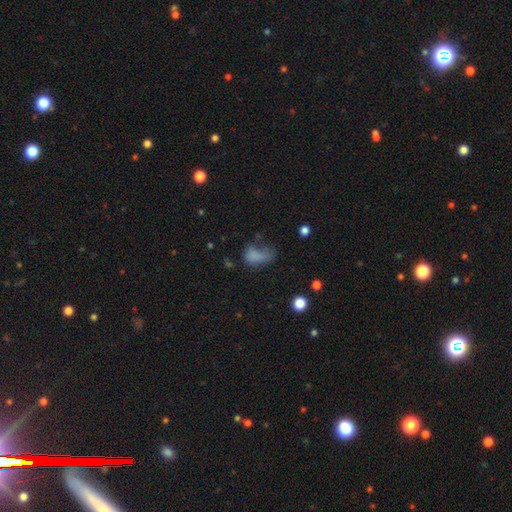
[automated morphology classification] This is likely a smooth galaxy (70%). How rounded: clearly in between (84%). Merging: marginally major disturbance (45%).